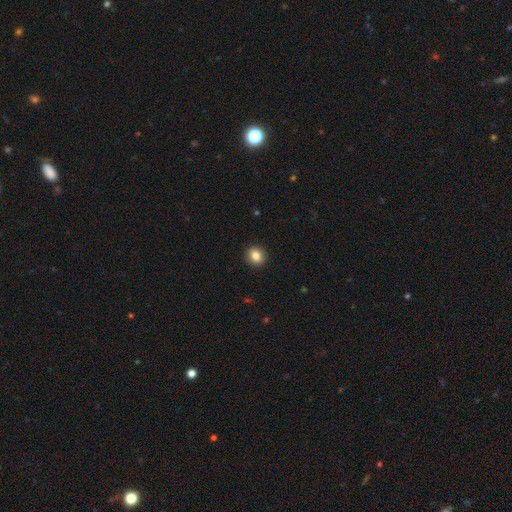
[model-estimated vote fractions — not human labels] smooth-or-featured: smooth: 85% | star or artifact: 9% | featured or disk: 6%
  how-rounded: round: 76% | in between: 23% | cigar-shaped: 1%
  merging: none: 92% | minor disturbance: 5% | major disturbance: 2% | merger: 1%